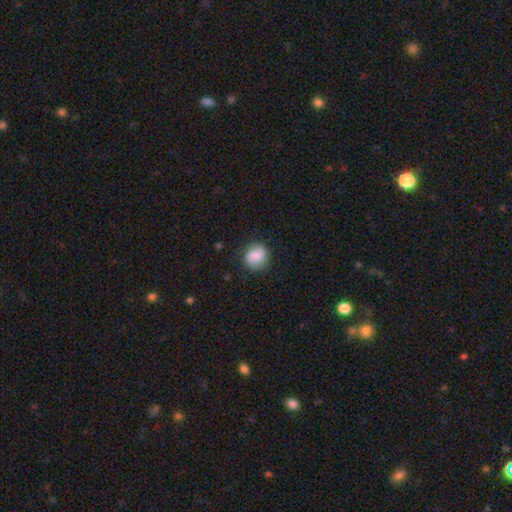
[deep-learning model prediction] A smooth galaxy with no disk features (74%) that is round (79%). Merging: none (81%).